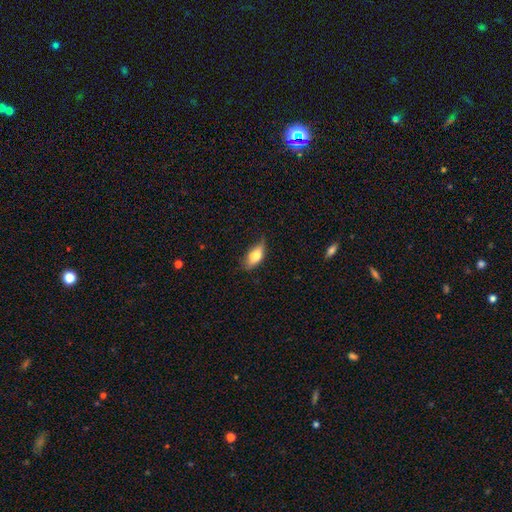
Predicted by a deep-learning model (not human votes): This is likely a smooth galaxy (69%). How rounded: clearly in between (82%). Merging: possibly none (54%).